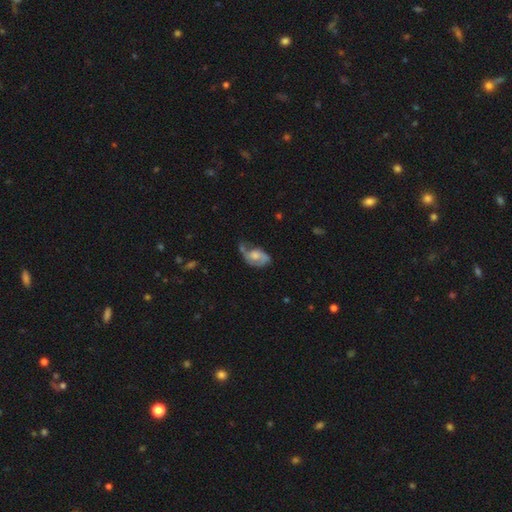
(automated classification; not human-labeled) Q: Smooth or featured?
A: featured or disk (60%); runner-up: smooth (32%)
Q: Edge-on disk?
A: no (96%); runner-up: yes (4%)
Q: Bar?
A: no (71%); runner-up: weak (25%)
Q: Spiral arms?
A: yes (79%); runner-up: no (21%)
Q: Bulge size?
A: moderate (52%); runner-up: large (19%)
Q: Merging?
A: none (34%); runner-up: minor disturbance (29%)